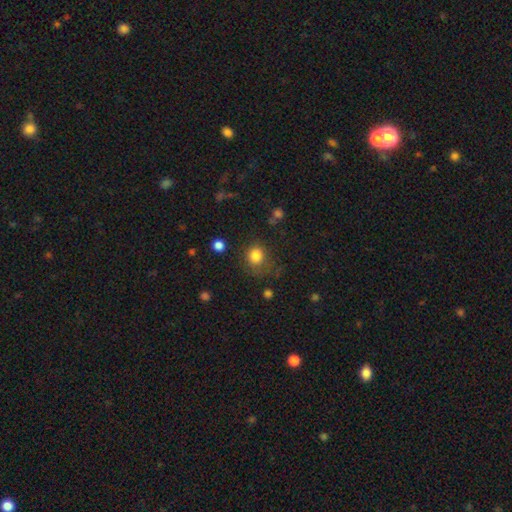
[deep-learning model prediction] Smooth or featured?
  - smooth: 82% *
  - star or artifact: 12%
  - featured or disk: 6%
How rounded?
  - round: 77% *
  - in between: 22%
  - cigar-shaped: 1%
Merging?
  - none: 67% *
  - minor disturbance: 19%
  - major disturbance: 10%
  - merger: 3%